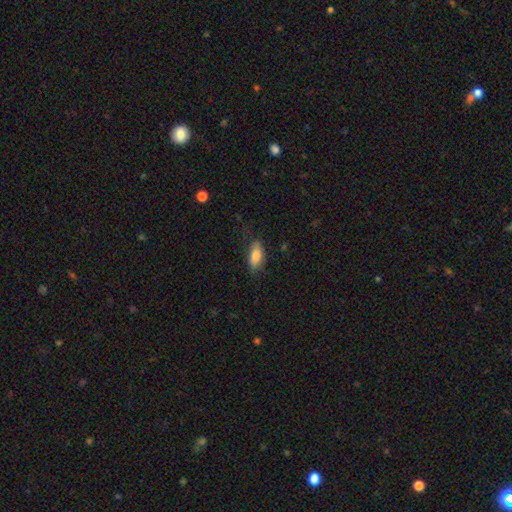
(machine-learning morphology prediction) Overall: smooth (82%). How rounded: in between (86%). Merging: none (75%).